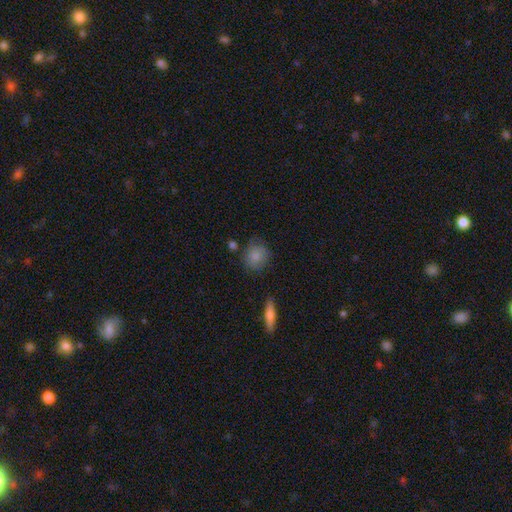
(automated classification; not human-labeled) This appears to be a smooth galaxy with no disk features (84%) that is round (79%). Merging: none (73%).